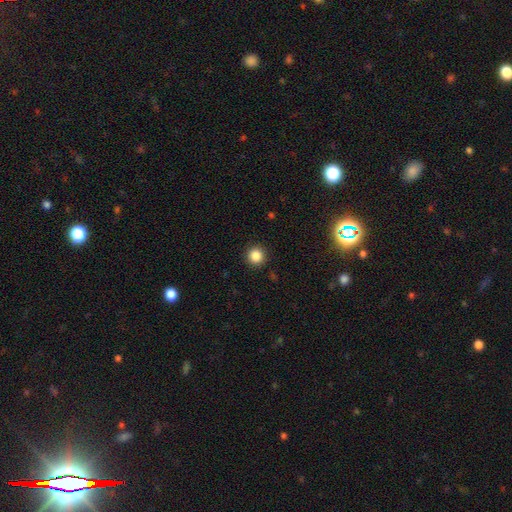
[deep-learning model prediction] Q: Smooth or featured?
A: smooth (85%); runner-up: star or artifact (11%)
Q: How rounded?
A: round (95%); runner-up: in between (4%)
Q: Merging?
A: none (92%); runner-up: minor disturbance (5%)